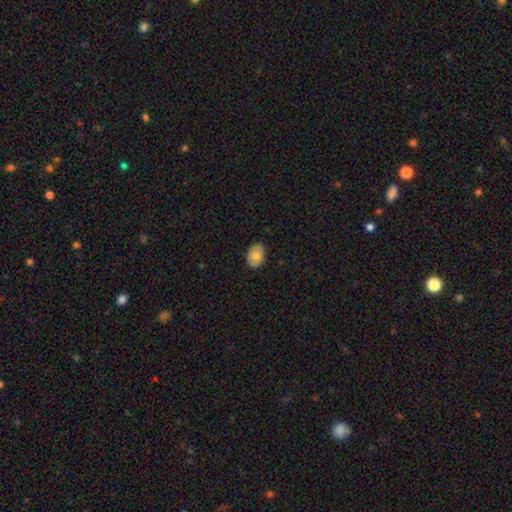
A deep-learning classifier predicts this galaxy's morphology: Smooth or featured: smooth — 68% (featured or disk — 25%)
How rounded: in between — 75% (round — 24%)
Merging: none — 84% (minor disturbance — 13%)